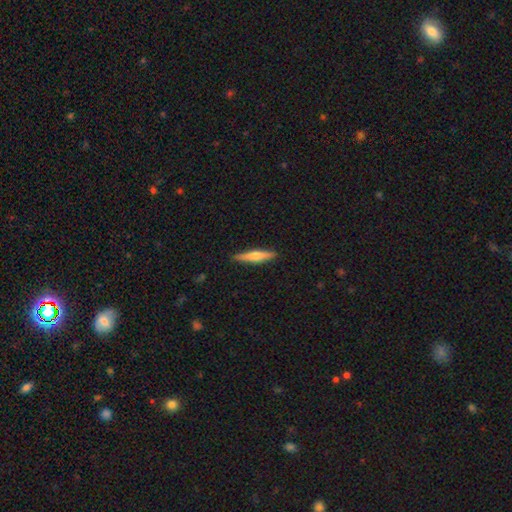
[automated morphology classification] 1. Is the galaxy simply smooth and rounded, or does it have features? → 47% smooth (tied), 47% featured or disk (tied), 6% star or artifact.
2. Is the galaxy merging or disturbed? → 89% none, 8% minor disturbance, 2% major disturbance, 1% merger.